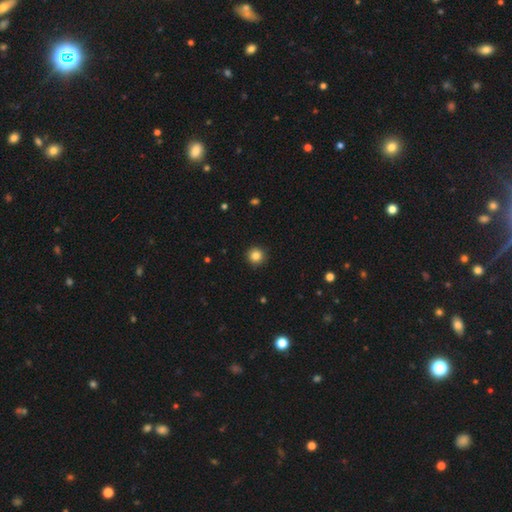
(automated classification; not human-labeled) The model was most divided on "smooth or featured": smooth: 84%, star or artifact: 11%, featured or disk: 5%. More confident: how rounded — round (95%); merging — none (93%).